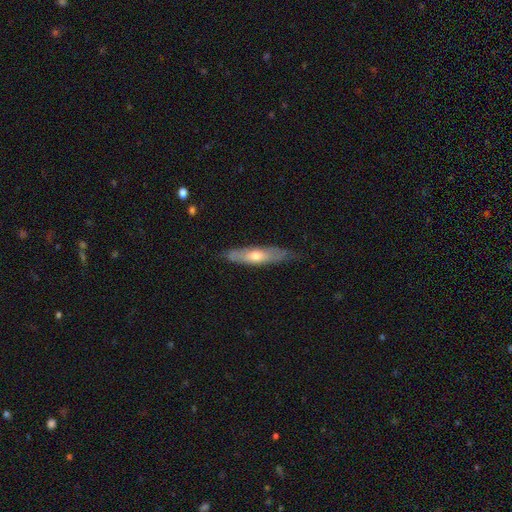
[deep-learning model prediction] smooth-or-featured: smooth: 50% | featured or disk: 44% | star or artifact: 5%
  how-rounded: cigar-shaped: 74% | in between: 25% | round: 2%
  merging: none: 74% | minor disturbance: 21% | major disturbance: 4% | merger: 1%